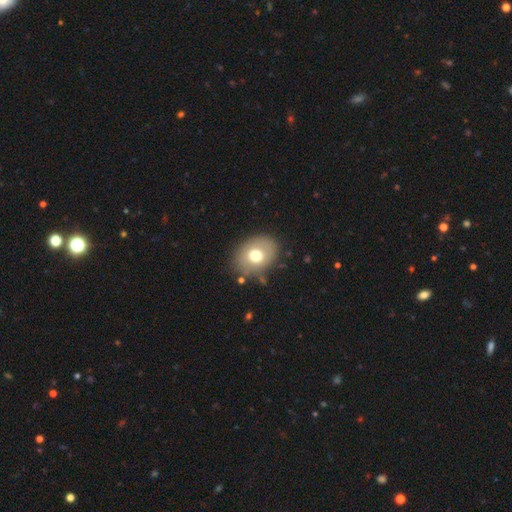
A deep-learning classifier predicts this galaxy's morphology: smooth 70%, featured or disk 21%, star or artifact 9%. Down the decision tree: how rounded — in between (57%); merging — none (78%).